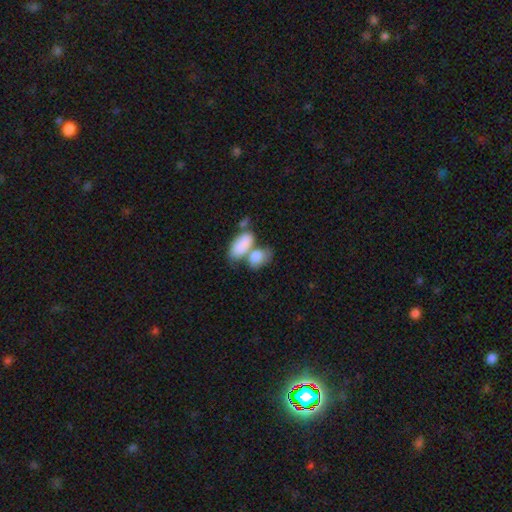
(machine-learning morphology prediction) A smooth galaxy with no disk features (82%) that is in between round and cigar-shaped (89%). Merging: merger (50%).